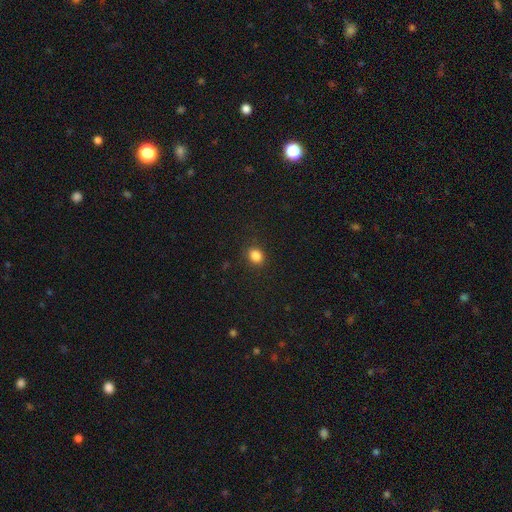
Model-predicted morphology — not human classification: Smooth or featured? smooth (85%)
How rounded? round (56%)
Merging? none (87%)